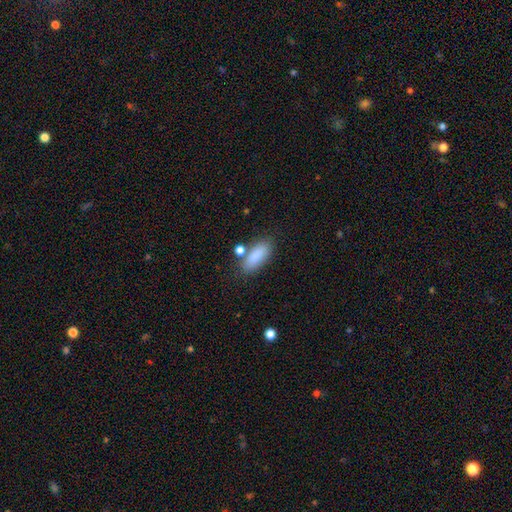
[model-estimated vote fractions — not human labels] Smooth or featured?
  - smooth: 86% *
  - star or artifact: 7%
  - featured or disk: 7%
How rounded?
  - in between: 79% *
  - cigar-shaped: 18%
  - round: 3%
Merging?
  - none: 68% *
  - minor disturbance: 14%
  - merger: 13%
  - major disturbance: 5%